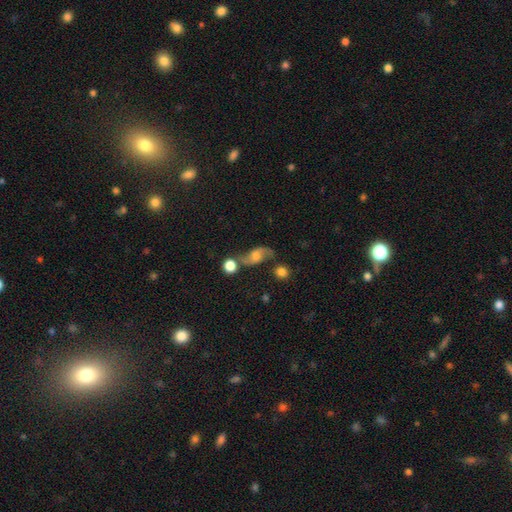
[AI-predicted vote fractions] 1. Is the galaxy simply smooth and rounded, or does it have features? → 63% featured or disk, 27% smooth, 10% star or artifact.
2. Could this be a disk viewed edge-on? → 94% no, 6% yes.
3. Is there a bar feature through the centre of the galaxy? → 55% no, 36% weak, 8% strong.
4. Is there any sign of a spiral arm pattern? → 91% yes, 9% no.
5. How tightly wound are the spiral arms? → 75% loose, 19% medium, 5% tight.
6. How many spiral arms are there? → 92% 2, 3% can't tell, 2% 1, 1% 3, 1% 4, 1% more than 4.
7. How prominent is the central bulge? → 48% moderate, 27% small, 13% large, 10% none, 3% dominant.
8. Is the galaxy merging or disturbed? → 59% none, 18% minor disturbance, 14% merger, 9% major disturbance.